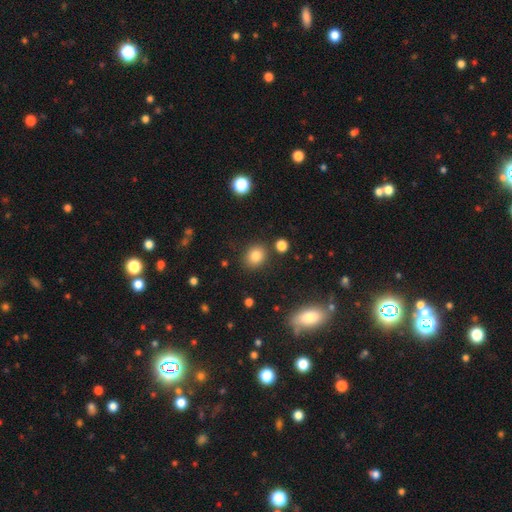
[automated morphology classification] smooth-or-featured: smooth: 81% | star or artifact: 12% | featured or disk: 7%
  how-rounded: round: 68% | in between: 31% | cigar-shaped: 1%
  merging: none: 84% | minor disturbance: 9% | merger: 4% | major disturbance: 3%